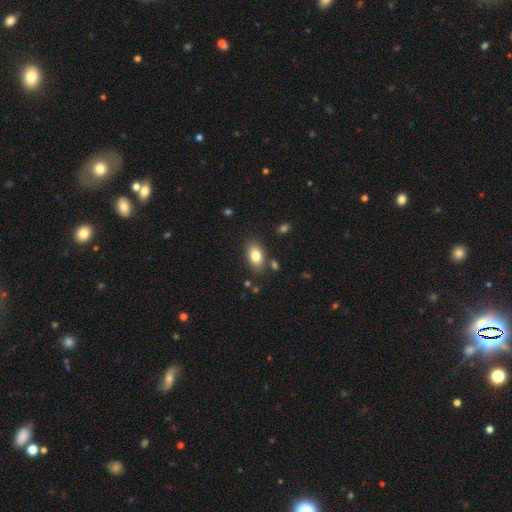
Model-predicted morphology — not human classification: Smooth or featured: smooth — 82% (featured or disk — 11%)
How rounded: in between — 90% (round — 8%)
Merging: none — 81% (minor disturbance — 12%)